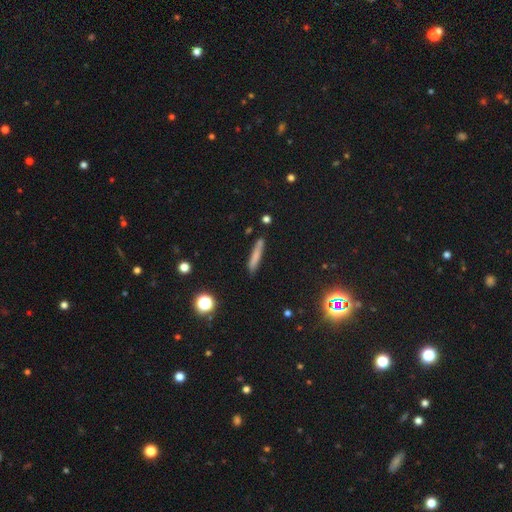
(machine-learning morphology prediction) This appears to be a smooth galaxy with no disk features (72%) that is cigar-shaped (92%). Merging: none (83%).